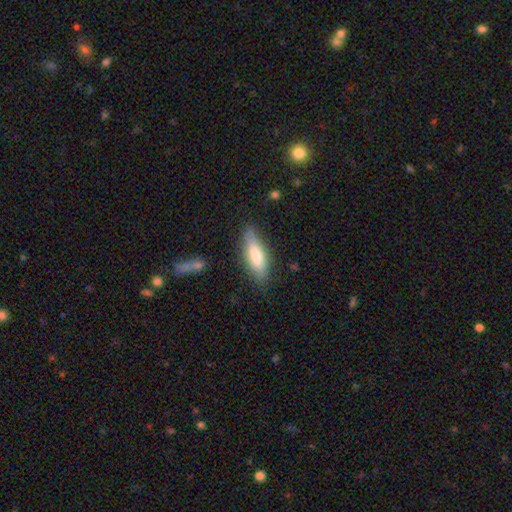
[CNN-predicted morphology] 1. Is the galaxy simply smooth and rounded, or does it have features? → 73% smooth, 22% featured or disk, 6% star or artifact.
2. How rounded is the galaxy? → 52% cigar-shaped, 47% in between, 2% round.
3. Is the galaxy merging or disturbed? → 81% none, 14% minor disturbance, 3% major disturbance, 2% merger.